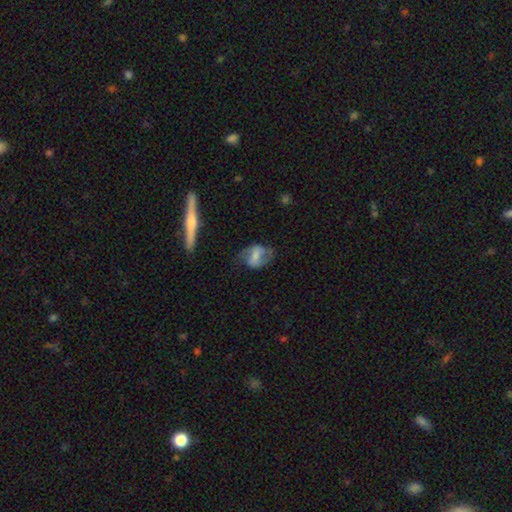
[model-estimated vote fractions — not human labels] Smooth or featured: featured or disk — 48% (smooth — 44%)
Merging: none — 57% (minor disturbance — 26%)